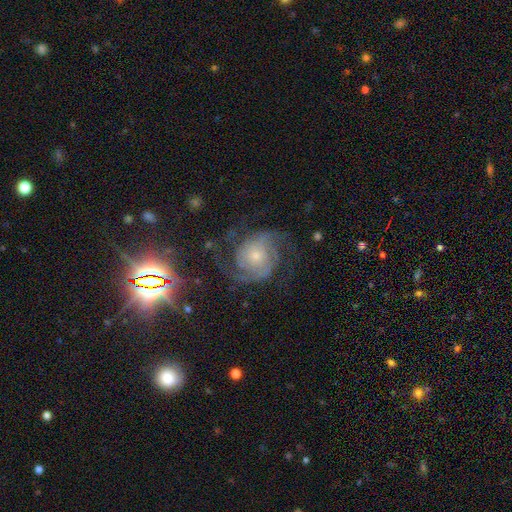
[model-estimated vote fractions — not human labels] A featured or disk galaxy (85%) with no bar (73%), 2 (64%) medium (49%) spiral arms (96%) and a small central bulge (65%). Merging: none (65%).